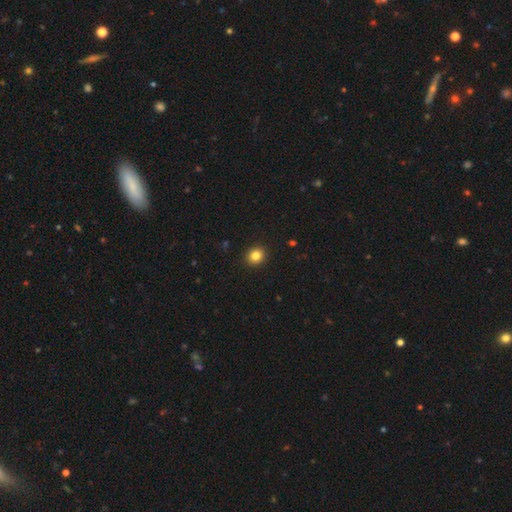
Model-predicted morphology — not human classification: Smooth or featured? Predicted: smooth (p=0.84). How rounded? Predicted: round (p=0.79). Merging? Predicted: none (p=0.92).